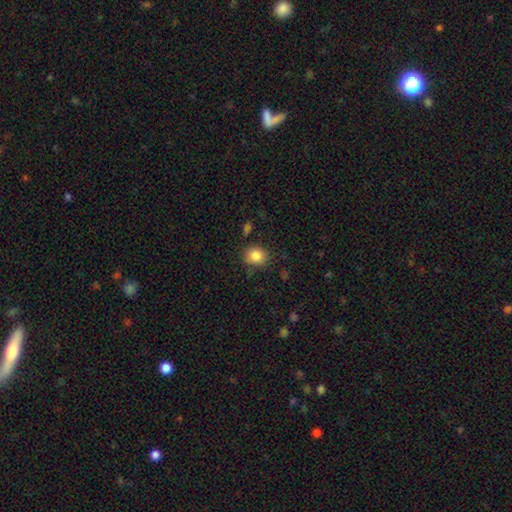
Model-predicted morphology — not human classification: Overall: smooth (85%). How rounded: round (73%). Merging: none (80%).